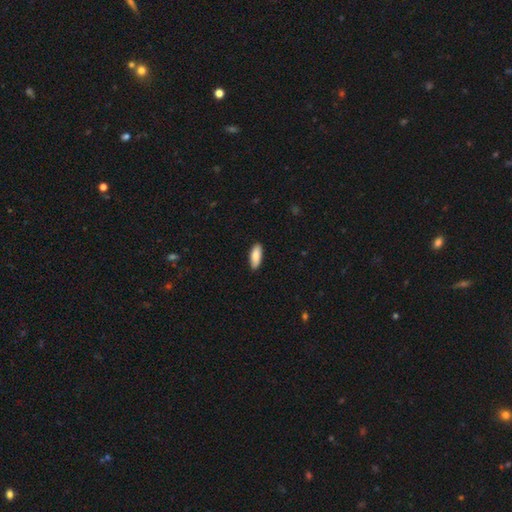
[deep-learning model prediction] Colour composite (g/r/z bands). It shows a smooth galaxy with no disk features (86%) that is in between round and cigar-shaped (71%). Merging: none (88%).